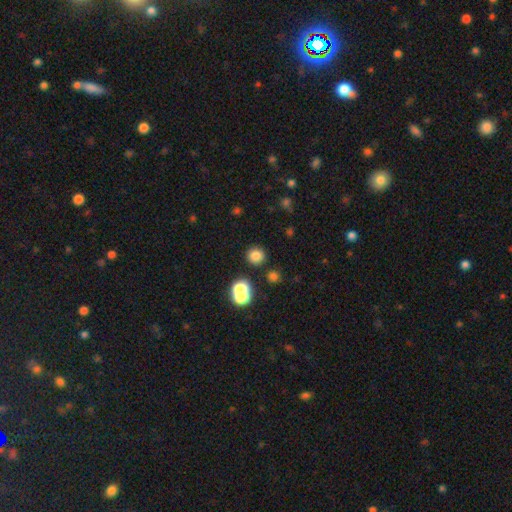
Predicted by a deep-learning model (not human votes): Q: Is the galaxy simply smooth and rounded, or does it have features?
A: smooth — 79%.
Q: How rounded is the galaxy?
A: round — 90%.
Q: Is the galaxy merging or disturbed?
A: none — 83%.